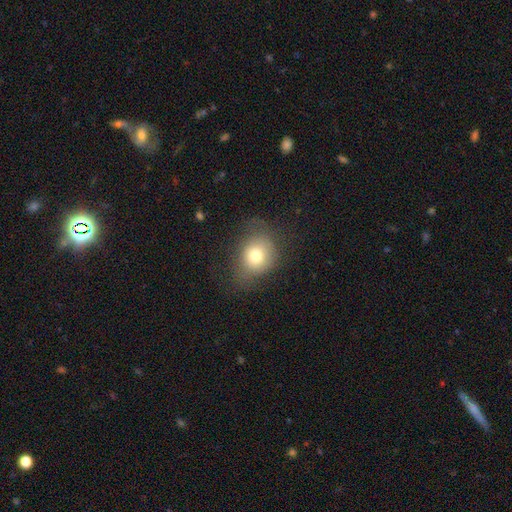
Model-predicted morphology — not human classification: A smooth galaxy with no disk features (74%) that is round (61%).

Vote fractions:
- Smooth or featured? smooth: 74% / featured or disk: 14% / star or artifact: 12%
- How rounded? round: 61% / in between: 38% / cigar-shaped: 1%
- Merging? none: 62% / minor disturbance: 24% / major disturbance: 12% / merger: 1%